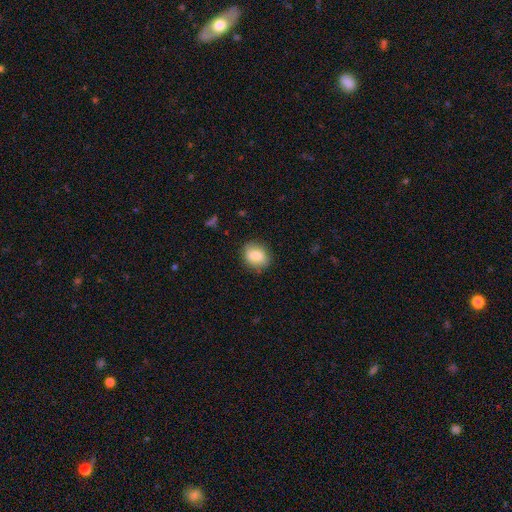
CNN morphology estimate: Overall: smooth (82%). How rounded: in between (51%; round 48%). Merging: none (84%).